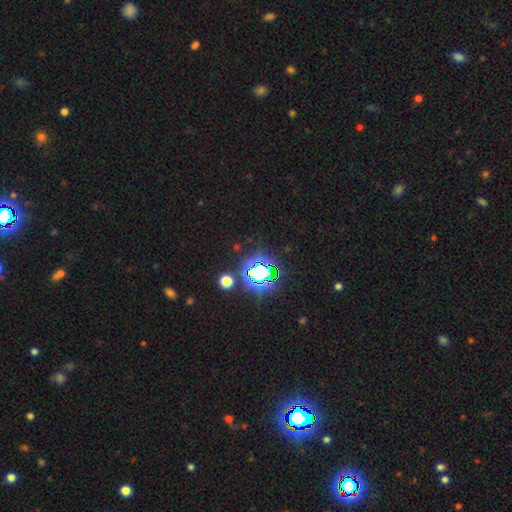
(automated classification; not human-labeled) This appears to be a star or artifact, not a galaxy (83%).